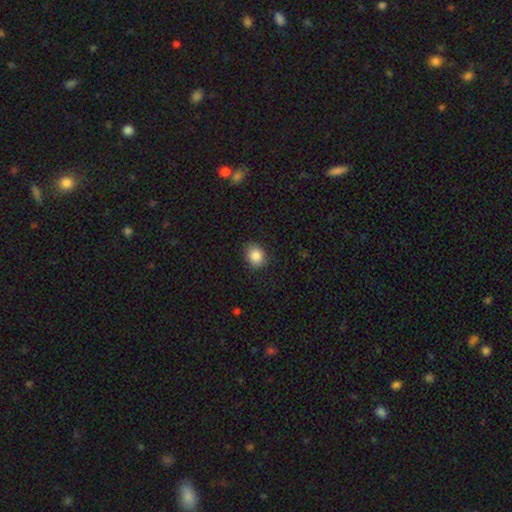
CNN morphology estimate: Overall: smooth (86%). How rounded: round (61%; in between 38%). Merging: none (84%).